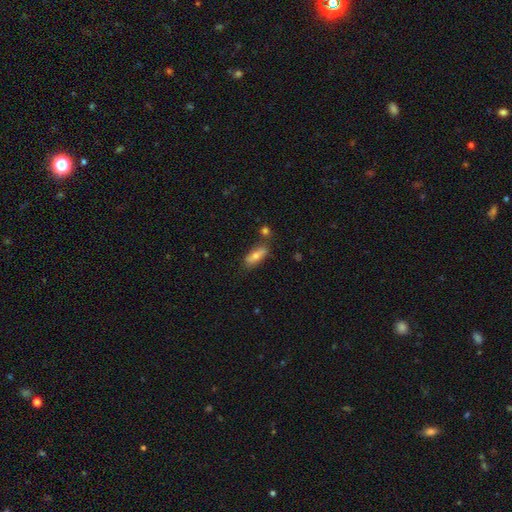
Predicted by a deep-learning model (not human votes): smooth 67%, featured or disk 26%, star or artifact 7%. Down the decision tree: how rounded — in between (63%); merging — none (73%).